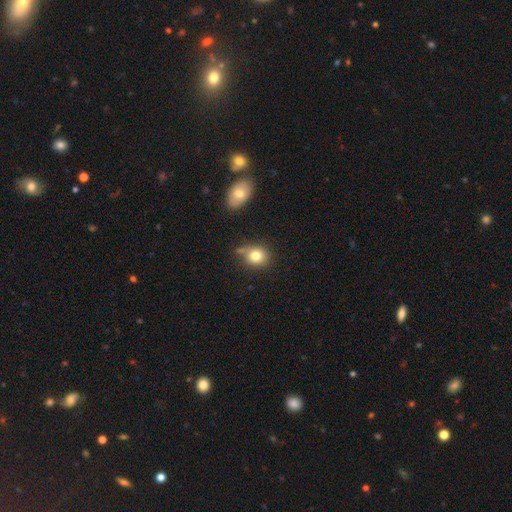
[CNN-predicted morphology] smooth 79%, star or artifact 11%, featured or disk 10%. Down the decision tree: how rounded — round (69%); merging — none (60%).